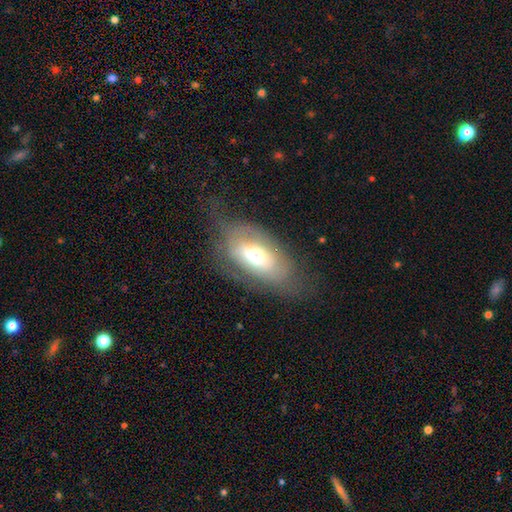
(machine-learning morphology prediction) This is possibly a smooth galaxy (49%). Merging: possibly none (52%).